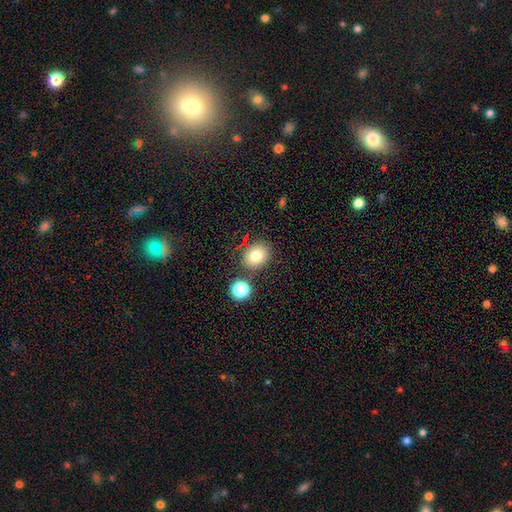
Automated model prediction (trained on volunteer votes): Overall: smooth (77%). How rounded: round (52%; in between 47%). Merging: none (76%).